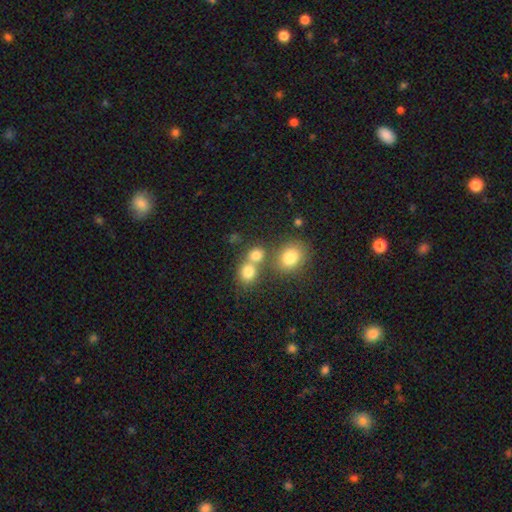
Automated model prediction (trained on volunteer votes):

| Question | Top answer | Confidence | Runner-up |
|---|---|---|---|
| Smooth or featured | smooth | 78% | star or artifact (14%) |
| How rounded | round | 76% | in between (23%) |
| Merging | none | 48% | merger (41%) |